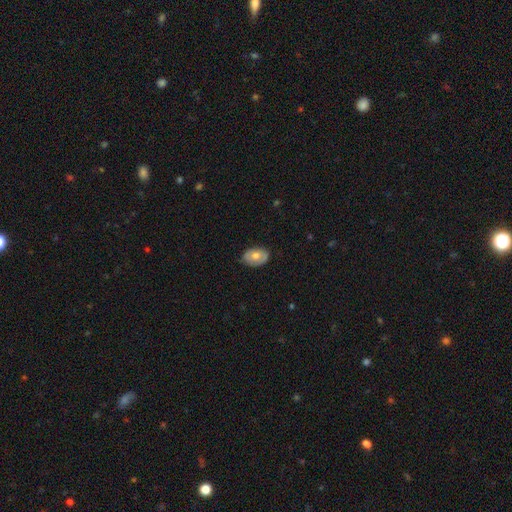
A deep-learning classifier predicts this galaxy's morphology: type=smooth (64%); roundness=in between (84%); merging=none (79%).